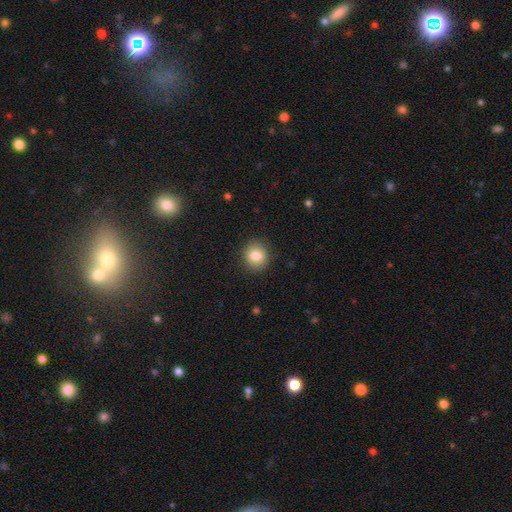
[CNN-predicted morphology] smooth-or-featured: smooth: 84% | star or artifact: 9% | featured or disk: 7%
  how-rounded: round: 82% | in between: 17% | cigar-shaped: 1%
  merging: none: 89% | minor disturbance: 7% | major disturbance: 2% | merger: 1%